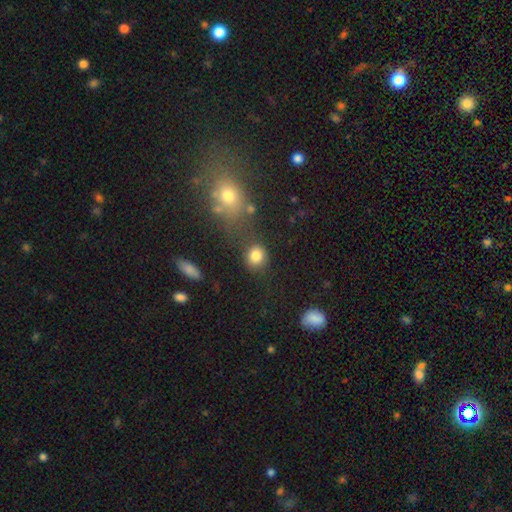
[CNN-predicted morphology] The model was most divided on "how rounded": round: 78%, in between: 21%, cigar-shaped: 1%. More confident: smooth or featured — smooth (83%); merging — none (73%).